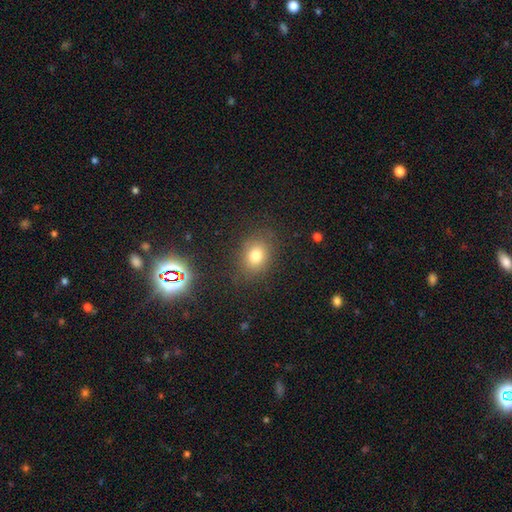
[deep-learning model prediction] This is likely a smooth galaxy (77%). How rounded: possibly in between (50%). Merging: clearly none (82%).